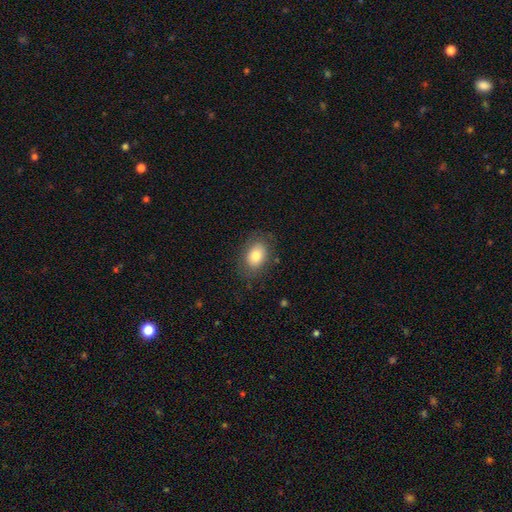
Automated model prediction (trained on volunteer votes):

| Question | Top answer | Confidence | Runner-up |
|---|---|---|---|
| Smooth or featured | smooth | 80% | featured or disk (12%) |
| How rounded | in between | 78% | round (21%) |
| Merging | none | 80% | minor disturbance (14%) |